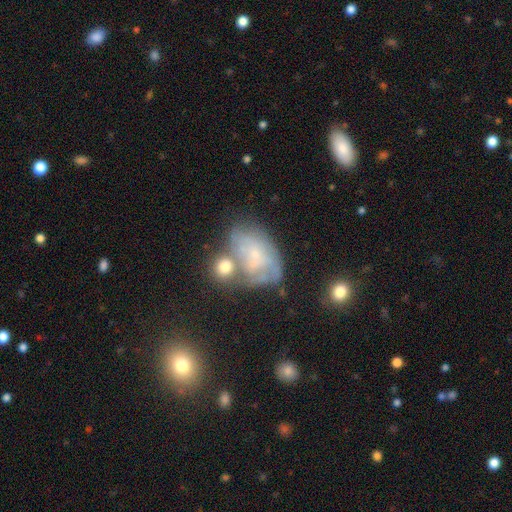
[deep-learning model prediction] Smooth or featured? Predicted: featured or disk (p=0.58). Edge-on disk? Predicted: no (p=0.96). Bar? Predicted: no (p=0.76). Spiral arms? Predicted: yes (p=0.64). Bulge size? Predicted: small (p=0.75). Merging? Predicted: none (p=0.38).